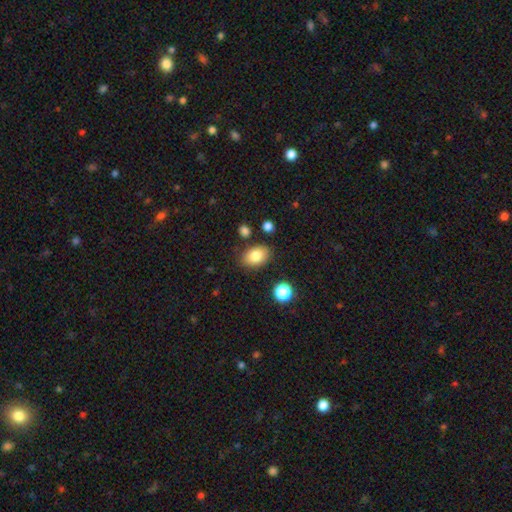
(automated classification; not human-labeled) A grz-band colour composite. It shows a smooth galaxy with no disk features (82%) that is in between round and cigar-shaped (82%). Merging: none (82%).